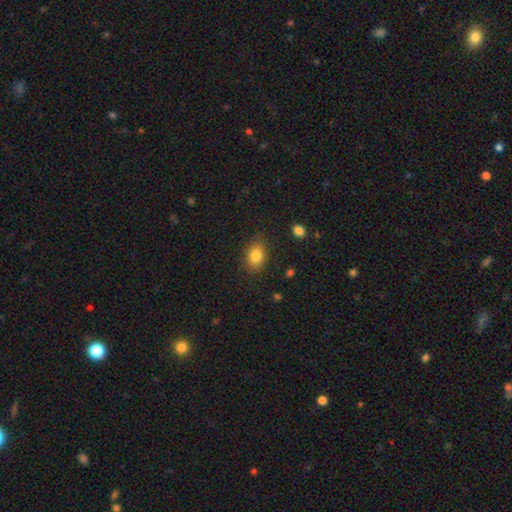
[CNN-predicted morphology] A smooth galaxy with no disk features (84%) that is in between round and cigar-shaped (72%). Merging: none (83%).